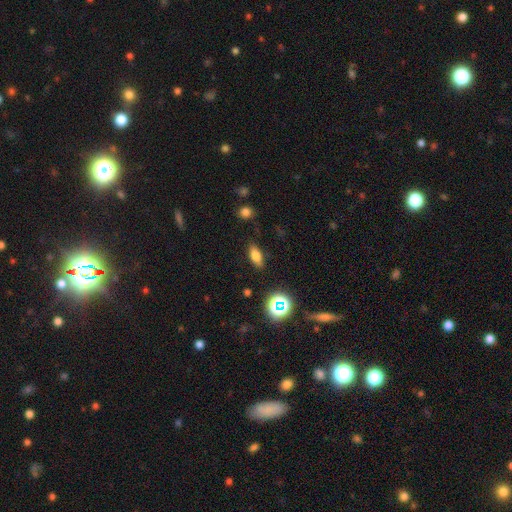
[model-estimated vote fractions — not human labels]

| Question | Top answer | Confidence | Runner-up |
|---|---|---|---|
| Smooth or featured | smooth | 72% | featured or disk (14%) |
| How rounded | in between | 74% | cigar-shaped (19%) |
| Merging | none | 85% | minor disturbance (10%) |